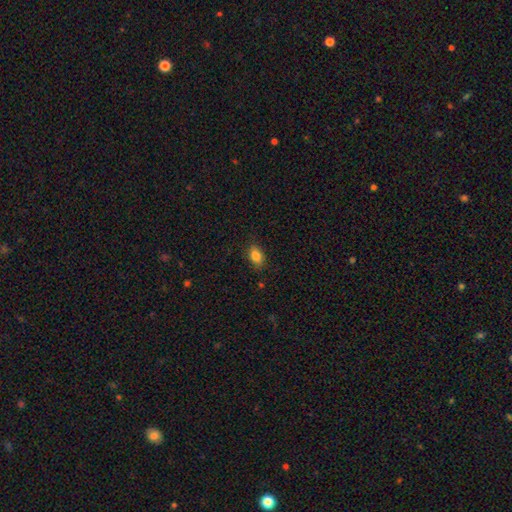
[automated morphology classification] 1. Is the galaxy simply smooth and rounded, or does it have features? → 84% smooth, 9% star or artifact, 7% featured or disk.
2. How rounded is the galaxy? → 84% in between, 13% round, 3% cigar-shaped.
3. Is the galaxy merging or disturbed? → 85% none, 12% minor disturbance, 3% major disturbance, 1% merger.